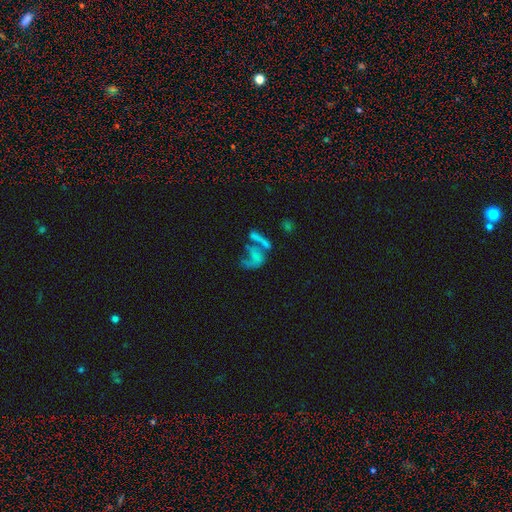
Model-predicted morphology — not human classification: smooth-or-featured: featured or disk: 44% | smooth: 40% | star or artifact: 16%
  merging: merger: 37% | major disturbance: 30% | none: 22% | minor disturbance: 10%